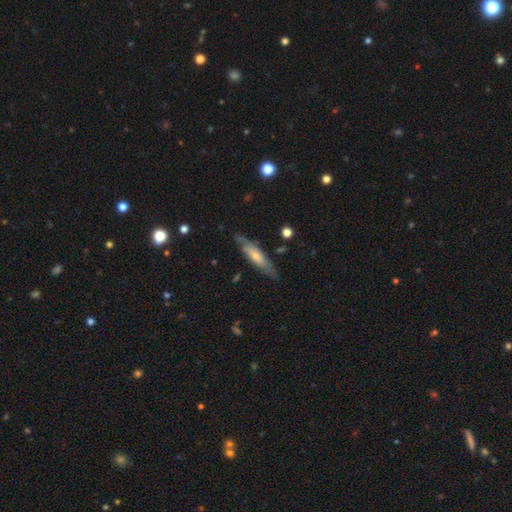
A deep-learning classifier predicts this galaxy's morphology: Smooth or featured?
  - featured or disk: 49% *
  - smooth: 45%
  - star or artifact: 5%
Merging?
  - none: 76% *
  - minor disturbance: 18%
  - major disturbance: 4%
  - merger: 2%